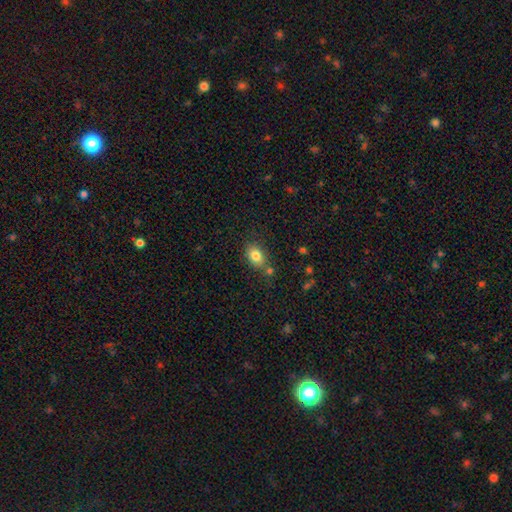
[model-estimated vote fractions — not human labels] Q: Smooth or featured?
A: smooth (82%); runner-up: star or artifact (10%)
Q: How rounded?
A: in between (76%); runner-up: round (23%)
Q: Merging?
A: none (70%); runner-up: minor disturbance (14%)